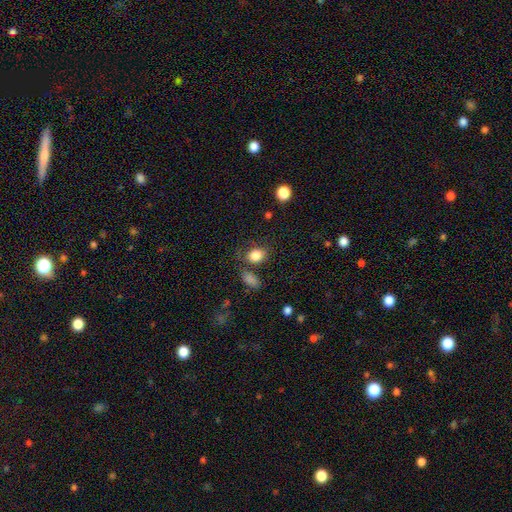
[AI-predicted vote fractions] Overall: smooth (84%). How rounded: in between (63%; round 35%). Merging: none (64%).